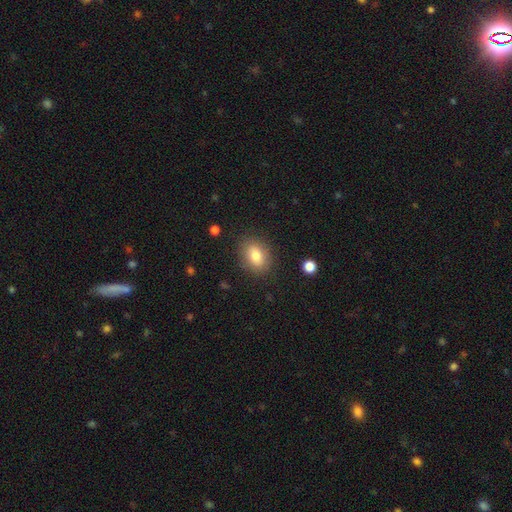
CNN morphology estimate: Smooth or featured?
  - smooth: 81% *
  - featured or disk: 11%
  - star or artifact: 8%
How rounded?
  - in between: 75% *
  - round: 23%
  - cigar-shaped: 2%
Merging?
  - none: 84% *
  - minor disturbance: 11%
  - major disturbance: 4%
  - merger: 1%